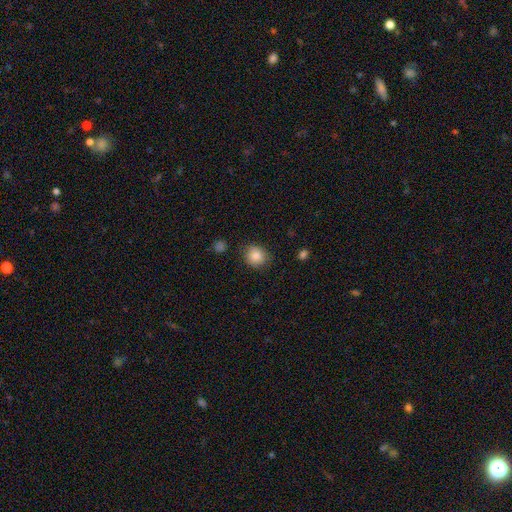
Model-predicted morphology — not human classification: Smooth or featured? Predicted: smooth (p=0.86). How rounded? Predicted: round (p=0.78). Merging? Predicted: none (p=0.82).